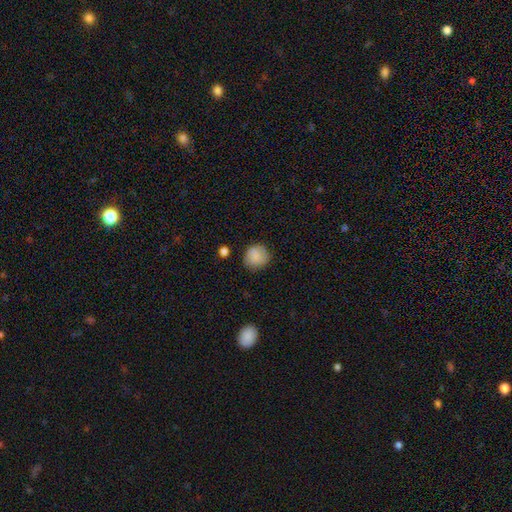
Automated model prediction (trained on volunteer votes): smooth 84%, star or artifact 8%, featured or disk 7%. Down the decision tree: how rounded — round (84%); merging — none (76%).